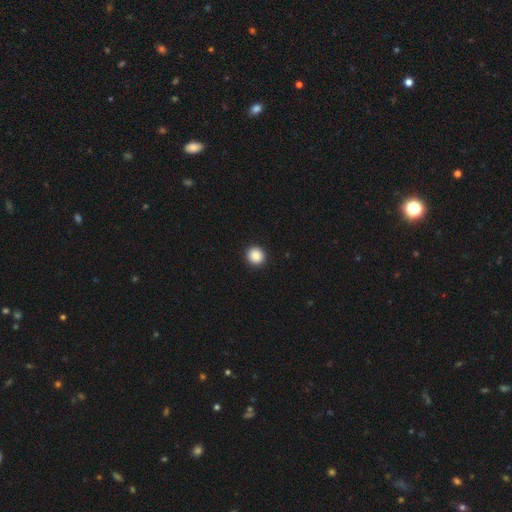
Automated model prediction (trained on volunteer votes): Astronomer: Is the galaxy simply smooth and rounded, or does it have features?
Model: smooth — 88%.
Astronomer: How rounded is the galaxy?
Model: round — 91%.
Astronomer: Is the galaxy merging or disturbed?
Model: none — 93%.